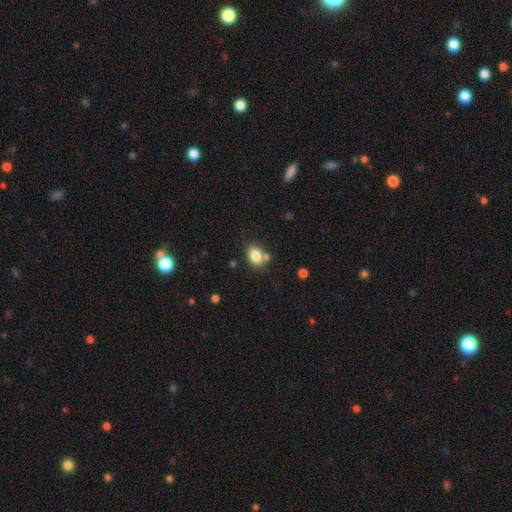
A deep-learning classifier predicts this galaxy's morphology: A smooth galaxy with no disk features (83%) that is in between round and cigar-shaped (81%). Merging: none (67%).